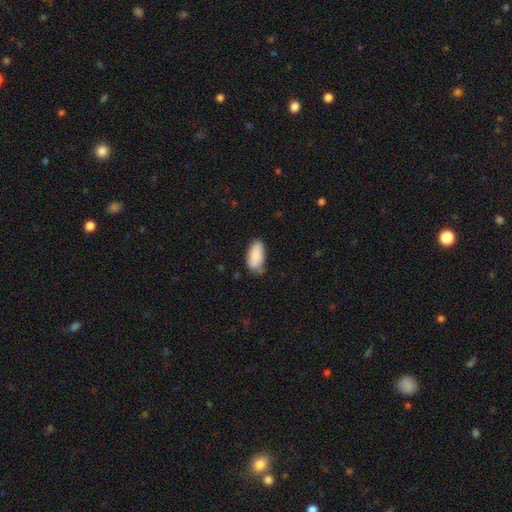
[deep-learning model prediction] This appears to be a smooth galaxy with no disk features (85%) that is in between round and cigar-shaped (92%). Merging: none (62%).